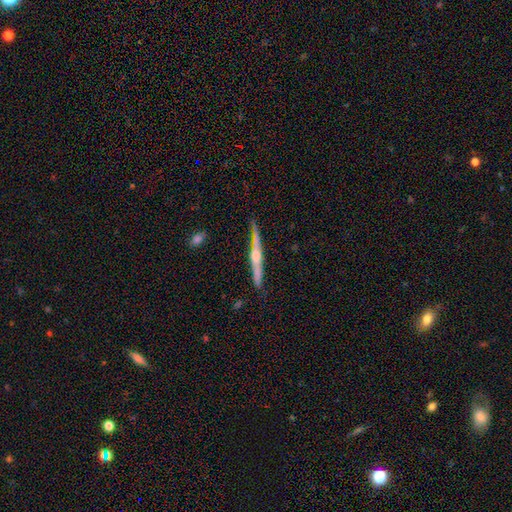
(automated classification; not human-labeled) Overall: featured or disk (81%). Edge-on disk: yes (98%). Edge-on bulge: rounded (90%). Merging: none (83%).